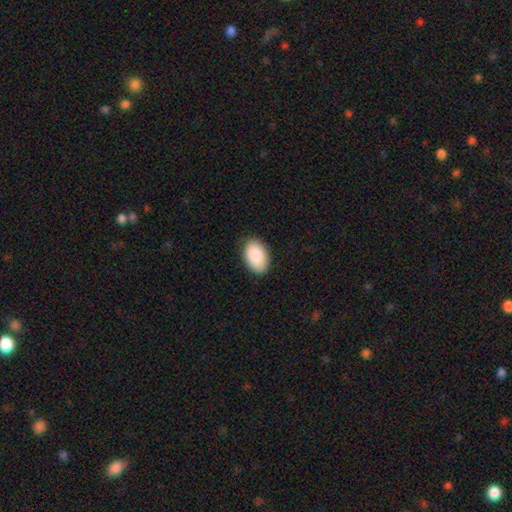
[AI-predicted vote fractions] A smooth galaxy with no disk features (88%) that is in between round and cigar-shaped (92%).

Vote fractions:
- Smooth or featured? smooth: 88% / featured or disk: 6% / star or artifact: 6%
- How rounded? in between: 92% / round: 7% / cigar-shaped: 1%
- Merging? none: 88% / minor disturbance: 9% / major disturbance: 2% / merger: 1%